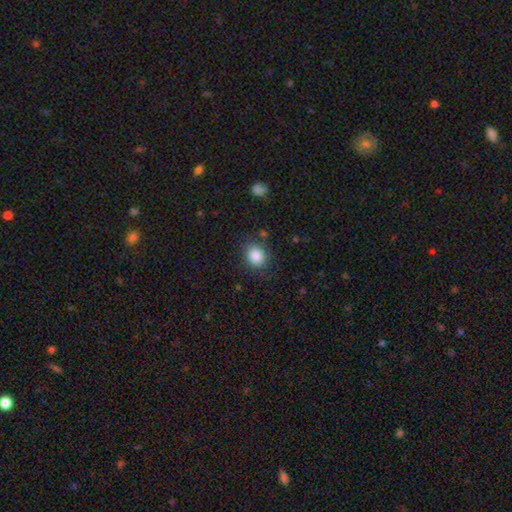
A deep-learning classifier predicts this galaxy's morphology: The model was most divided on "how rounded": round: 68%, in between: 31%, cigar-shaped: 1%. More confident: smooth or featured — smooth (86%); merging — none (80%).